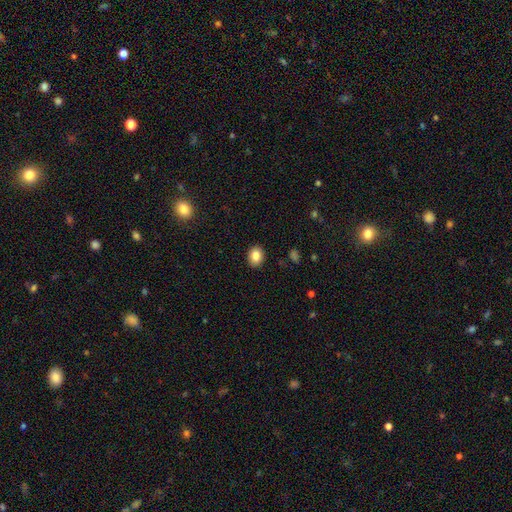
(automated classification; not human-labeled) smooth-or-featured: smooth: 85% | star or artifact: 9% | featured or disk: 6%
  how-rounded: in between: 50% | round: 49% | cigar-shaped: 1%
  merging: none: 90% | minor disturbance: 7% | major disturbance: 2% | merger: 1%